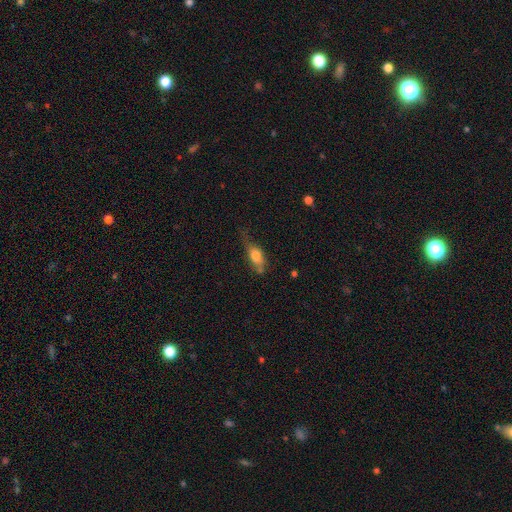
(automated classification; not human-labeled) This is likely a smooth galaxy (72%). How rounded: likely in between (76%). Merging: marginally none (40%).